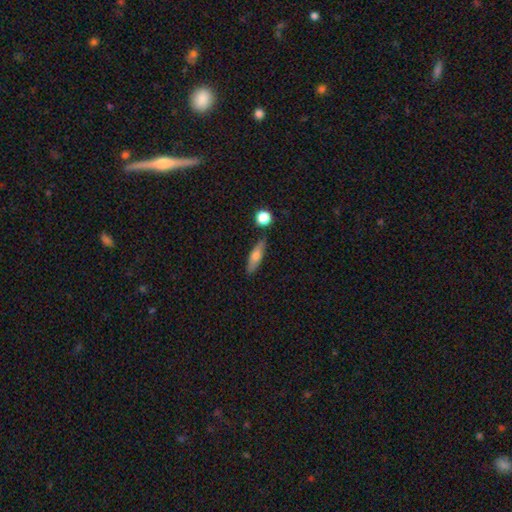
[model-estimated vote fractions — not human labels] Q: Smooth or featured?
A: smooth (59%); runner-up: featured or disk (33%)
Q: How rounded?
A: cigar-shaped (57%); runner-up: in between (39%)
Q: Merging?
A: none (81%); runner-up: minor disturbance (12%)